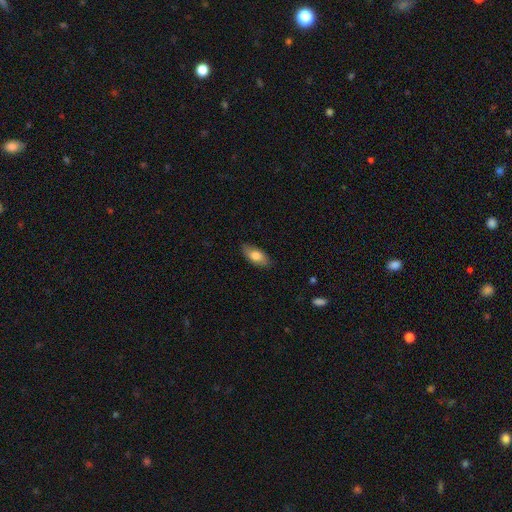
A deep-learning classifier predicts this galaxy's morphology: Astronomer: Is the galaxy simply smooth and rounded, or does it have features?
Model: smooth — 76%.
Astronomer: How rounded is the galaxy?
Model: in between — 87%.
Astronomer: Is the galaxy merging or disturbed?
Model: none — 84%.